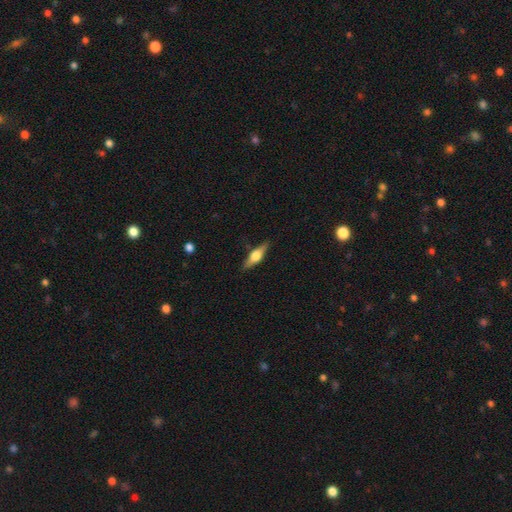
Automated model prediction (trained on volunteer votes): This is possibly a featured or disk galaxy (58%). It is clearly viewed edge-on (95%). Edge-on bulge: clearly rounded (91%). Merging: clearly none (86%).